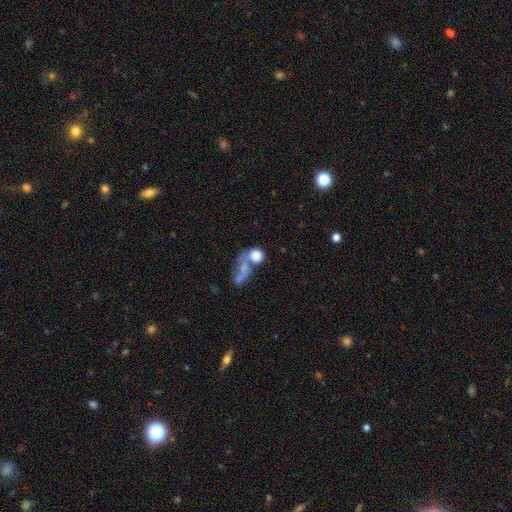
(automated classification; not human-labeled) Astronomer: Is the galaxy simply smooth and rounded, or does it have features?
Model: smooth — 70%.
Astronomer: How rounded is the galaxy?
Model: round — 62%.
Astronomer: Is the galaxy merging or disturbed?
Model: merger — 52%.